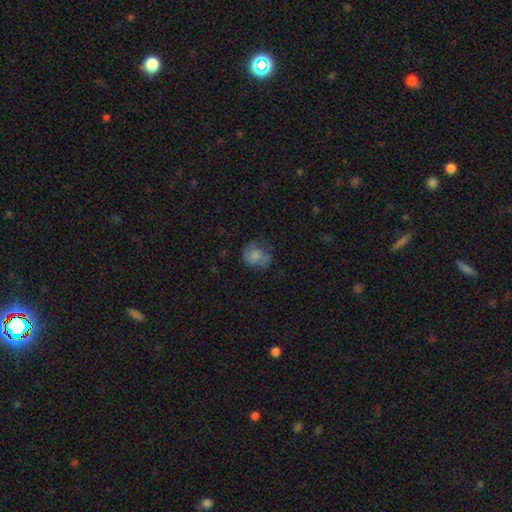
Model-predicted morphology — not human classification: smooth-or-featured: smooth: 69% | featured or disk: 20% | star or artifact: 11%
  how-rounded: round: 67% | in between: 32% | cigar-shaped: 1%
  merging: none: 49% | minor disturbance: 29% | major disturbance: 19% | merger: 3%